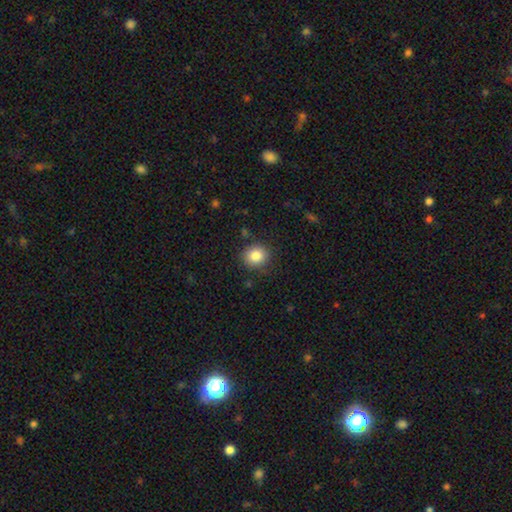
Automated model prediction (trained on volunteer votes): Overall: smooth (84%). How rounded: round (83%). Merging: none (86%).